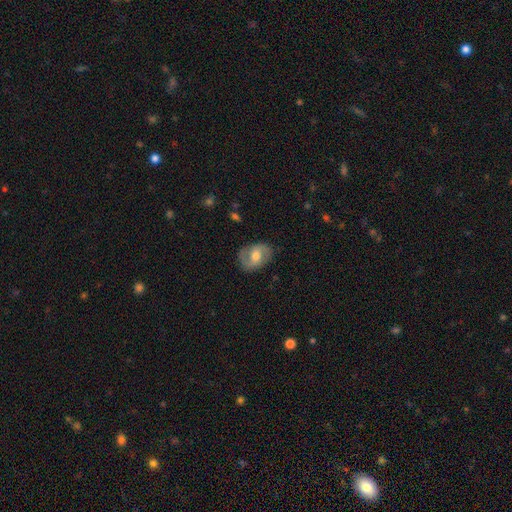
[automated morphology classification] Smooth or featured?
  - featured or disk: 59% *
  - smooth: 34%
  - star or artifact: 7%
Edge-on disk?
  - no: 96% *
  - yes: 4%
Bar?
  - weak: 45% *
  - no: 40%
  - strong: 15%
Spiral arms?
  - yes: 81% *
  - no: 19%
Bulge size?
  - moderate: 70% *
  - small: 16%
  - large: 11%
  - none: 2%
  - dominant: 1%
Merging?
  - none: 78% *
  - minor disturbance: 16%
  - major disturbance: 5%
  - merger: 1%